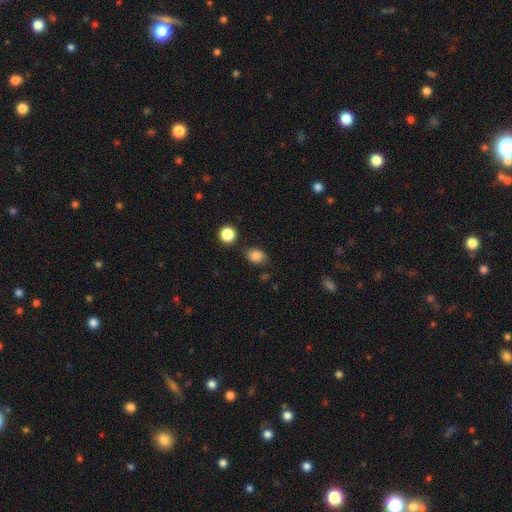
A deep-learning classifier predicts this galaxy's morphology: This is clearly a smooth galaxy (85%). How rounded: possibly in between (60%). Merging: likely none (75%).